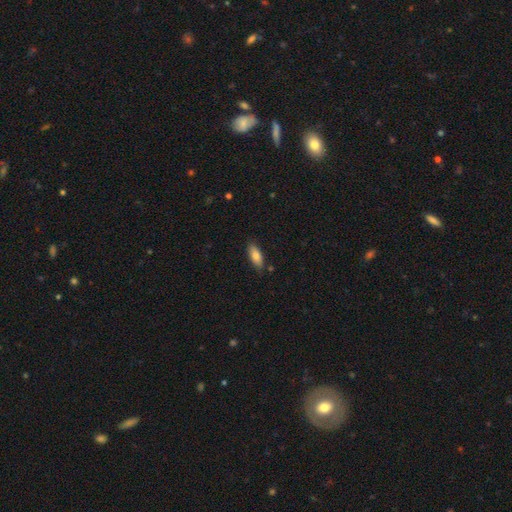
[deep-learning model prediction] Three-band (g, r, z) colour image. It shows a smooth galaxy with no disk features (79%) that is in between round and cigar-shaped (79%). Merging: none (83%).